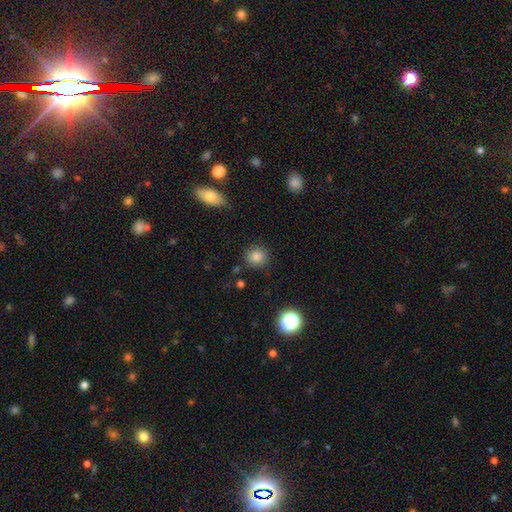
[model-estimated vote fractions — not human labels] Smooth or featured?
  - smooth: 83% *
  - star or artifact: 11%
  - featured or disk: 6%
How rounded?
  - round: 86% *
  - in between: 13%
  - cigar-shaped: 1%
Merging?
  - none: 85% *
  - minor disturbance: 10%
  - major disturbance: 3%
  - merger: 2%